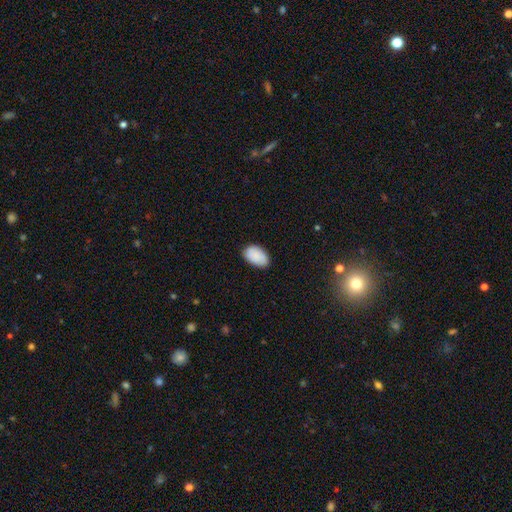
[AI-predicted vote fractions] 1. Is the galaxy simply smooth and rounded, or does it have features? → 87% smooth, 6% star or artifact, 6% featured or disk.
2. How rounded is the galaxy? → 93% in between, 6% round, 1% cigar-shaped.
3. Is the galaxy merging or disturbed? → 80% none, 16% minor disturbance, 2% major disturbance, 1% merger.